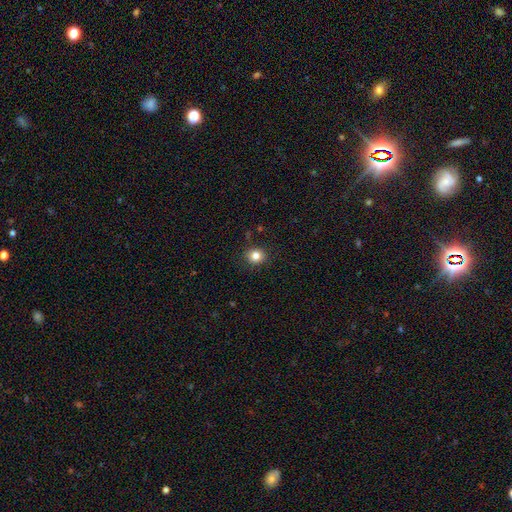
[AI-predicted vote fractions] smooth 82%, star or artifact 12%, featured or disk 6%. Down the decision tree: how rounded — round (84%); merging — none (90%).